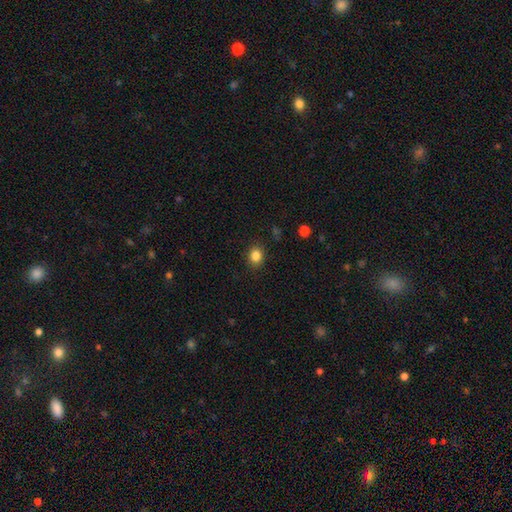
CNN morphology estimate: type=smooth (84%); roundness=round (65%); merging=none (89%).